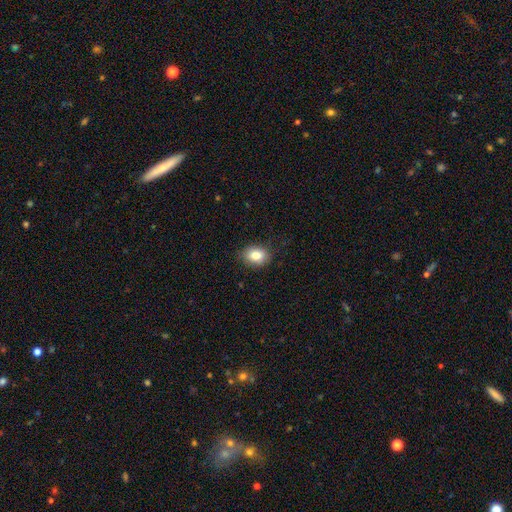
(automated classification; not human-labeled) Smooth or featured? Predicted: smooth (p=0.84). How rounded? Predicted: in between (p=0.69). Merging? Predicted: none (p=0.85).